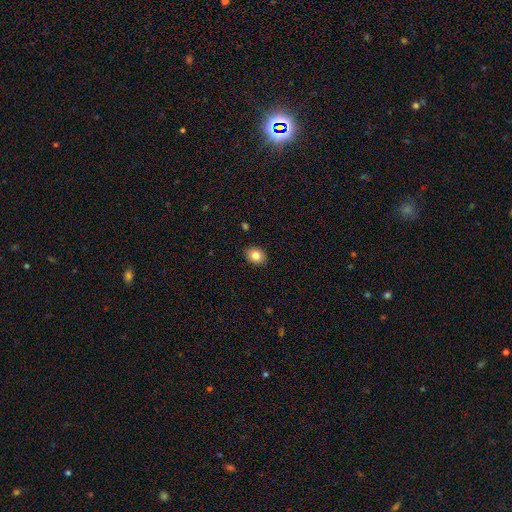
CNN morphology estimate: Smooth or featured? Predicted: smooth (p=0.82). How rounded? Predicted: in between (p=0.52). Merging? Predicted: none (p=0.89).